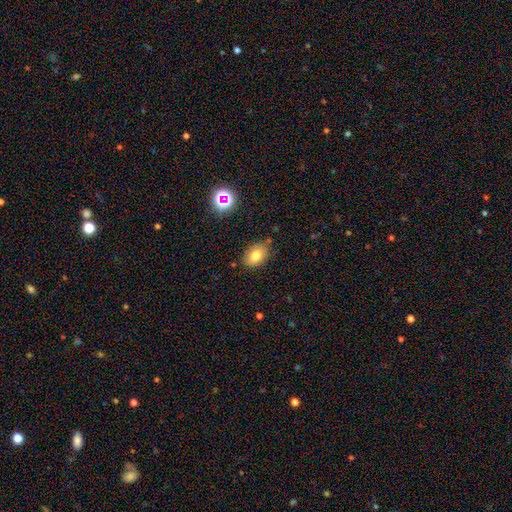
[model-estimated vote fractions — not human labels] Smooth or featured: smooth — 77% (featured or disk — 12%)
How rounded: in between — 77% (round — 22%)
Merging: none — 78% (minor disturbance — 15%)